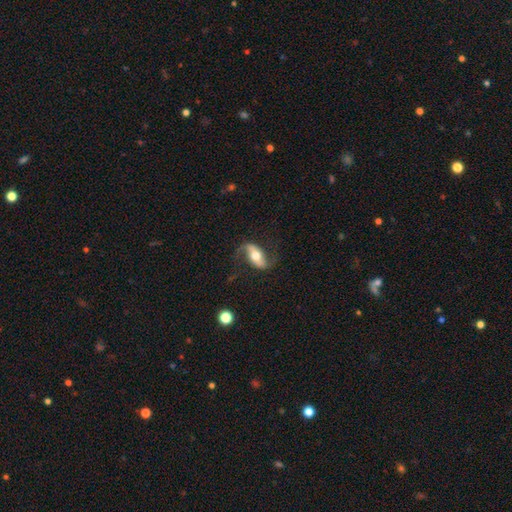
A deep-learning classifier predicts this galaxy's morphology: smooth-or-featured: featured or disk: 79% | smooth: 15% | star or artifact: 6%
  disk-edge-on: no: 91% | yes: 9%
    bar: strong: 42% | no: 31% | weak: 27%
    has-spiral-arms: yes: 93% | no: 7%
      spiral-winding: loose: 76% | medium: 18% | tight: 5%
      spiral-arm-count: 2: 92% | 1: 3% | can't tell: 2% | 3: 1% | 4: 1% | more than 4: 1%
    bulge-size: moderate: 69% | small: 14% | large: 13% | dominant: 2% | none: 1%
  merging: none: 73% | minor disturbance: 15% | major disturbance: 10% | merger: 2%